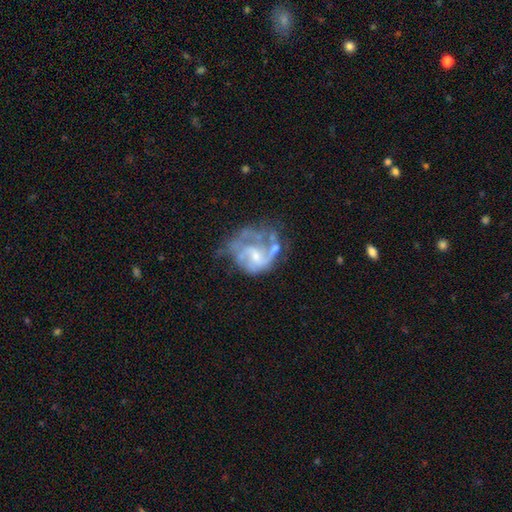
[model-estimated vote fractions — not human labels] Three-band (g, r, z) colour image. It shows a featured or disk galaxy (79%) with no bar (51%), 2 (38%) medium (46%) spiral arms (82%) and a small central bulge (49%). Merging: none (34%).